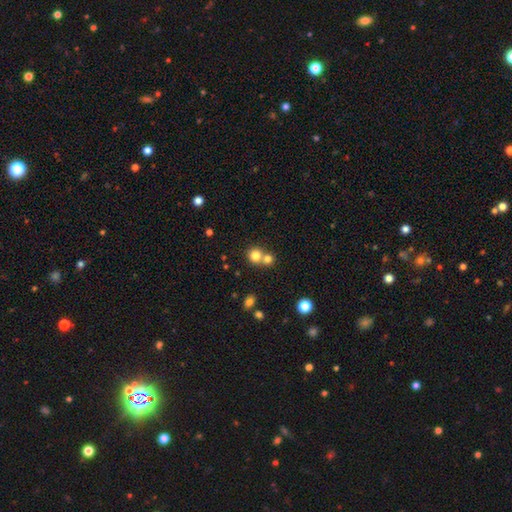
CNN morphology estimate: type=smooth (79%); roundness=round (87%); merging=none (47%).